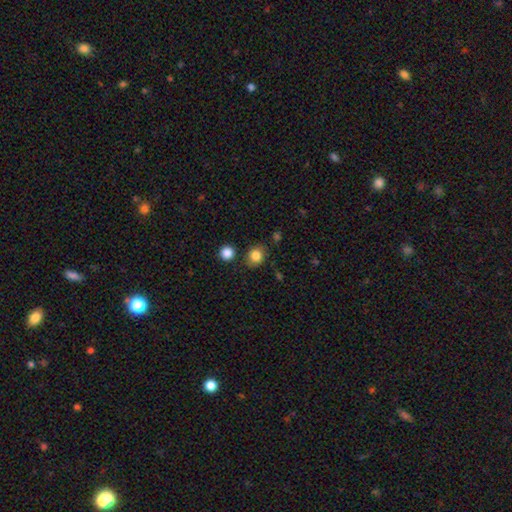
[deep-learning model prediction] Smooth or featured? smooth (84%)
How rounded? round (72%)
Merging? none (82%)